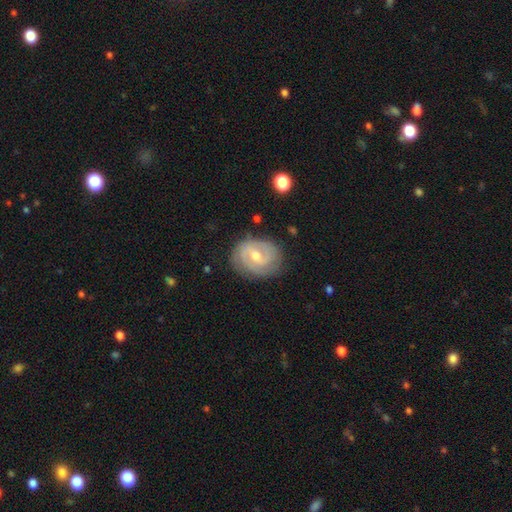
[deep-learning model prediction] Morphology: type=featured or disk (80%); edge-on=no (97%); bar=weak (54%); spiral arms=yes (93%); winding=tight (57%); arm count=2 (69%); bulge=moderate (55%); merging=none (79%).